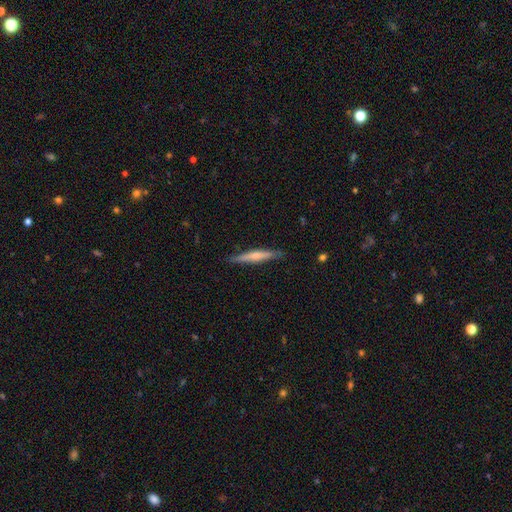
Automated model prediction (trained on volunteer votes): Smooth or featured: smooth — 50% (featured or disk — 44%)
How rounded: cigar-shaped — 94% (in between — 5%)
Merging: none — 88% (minor disturbance — 9%)